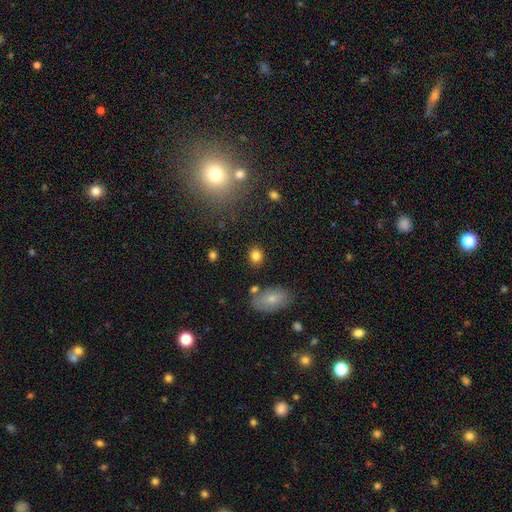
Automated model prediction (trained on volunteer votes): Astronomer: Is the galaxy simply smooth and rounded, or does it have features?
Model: smooth — 83%.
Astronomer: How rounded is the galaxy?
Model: round — 63%.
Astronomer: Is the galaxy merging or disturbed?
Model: none — 83%.